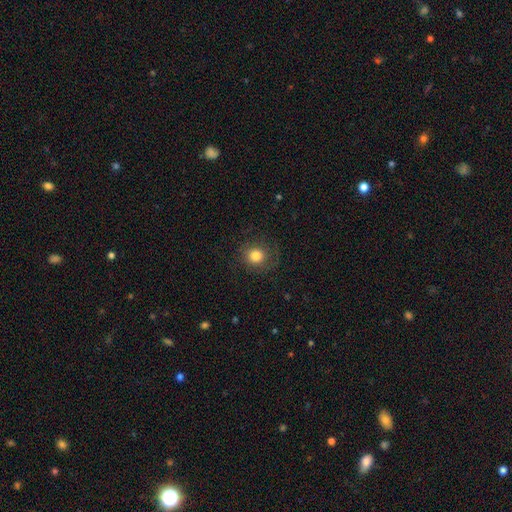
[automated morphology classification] smooth_or_featured: smooth (p=0.78) [alt: featured or disk p=0.12]
how_rounded: round (p=0.85) [alt: in between p=0.14]
merging: none (p=0.78) [alt: minor disturbance p=0.13]